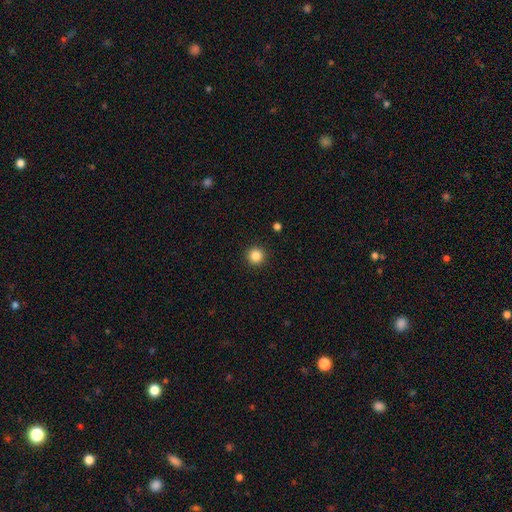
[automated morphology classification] A smooth galaxy with no disk features (85%) that is round (96%).

Vote fractions:
- Smooth or featured? smooth: 85% / star or artifact: 11% / featured or disk: 4%
- How rounded? round: 96% / in between: 3% / cigar-shaped: 1%
- Merging? none: 93% / minor disturbance: 4% / major disturbance: 2% / merger: 1%